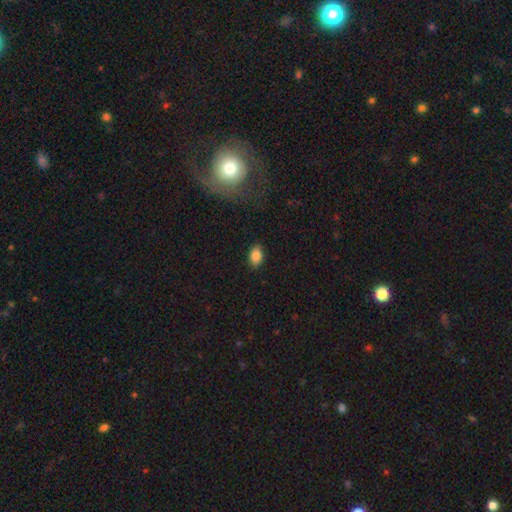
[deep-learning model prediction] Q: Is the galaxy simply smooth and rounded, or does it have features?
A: smooth — 87%.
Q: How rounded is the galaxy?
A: in between — 85%.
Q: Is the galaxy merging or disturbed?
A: none — 88%.